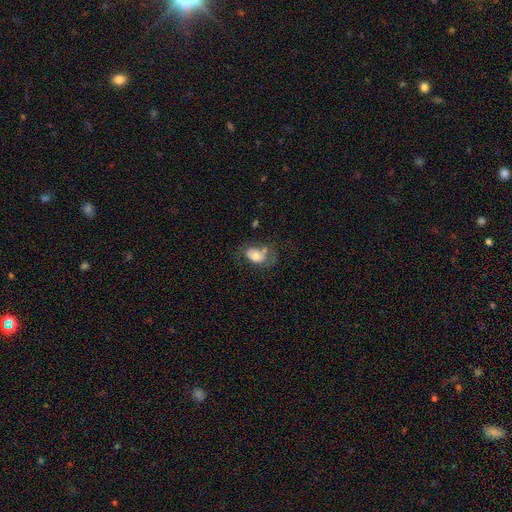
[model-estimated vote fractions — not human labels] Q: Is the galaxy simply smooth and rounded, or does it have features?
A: smooth — 62%.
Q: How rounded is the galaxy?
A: in between — 81%.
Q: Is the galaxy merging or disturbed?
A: none — 38%.